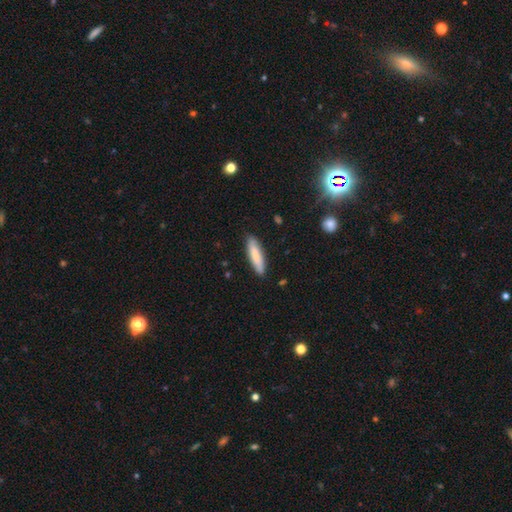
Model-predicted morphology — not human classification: type=smooth (78%); roundness=cigar-shaped (68%); merging=none (87%).